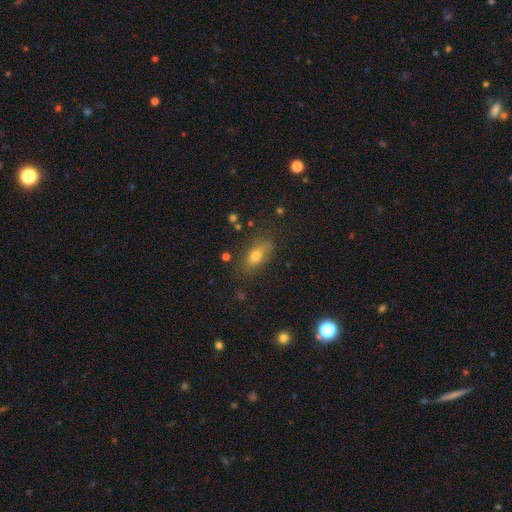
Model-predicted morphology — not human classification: Q: Smooth or featured?
A: smooth (71%); runner-up: featured or disk (17%)
Q: How rounded?
A: in between (74%); runner-up: cigar-shaped (16%)
Q: Merging?
A: none (76%); runner-up: minor disturbance (17%)